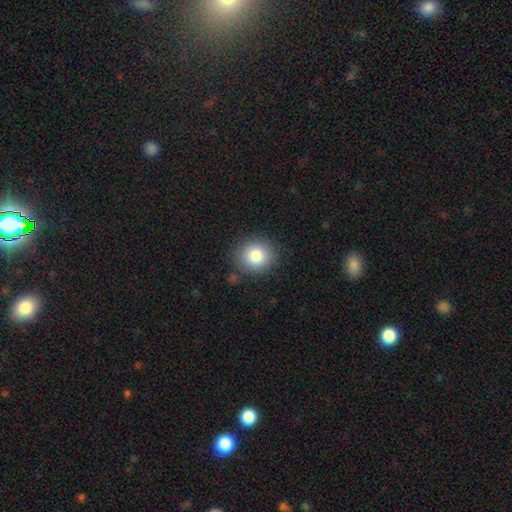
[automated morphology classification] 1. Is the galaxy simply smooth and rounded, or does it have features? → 82% smooth, 10% star or artifact, 8% featured or disk.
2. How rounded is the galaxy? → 87% round, 12% in between, 1% cigar-shaped.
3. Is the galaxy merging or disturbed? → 87% none, 9% minor disturbance, 3% major disturbance, 2% merger.